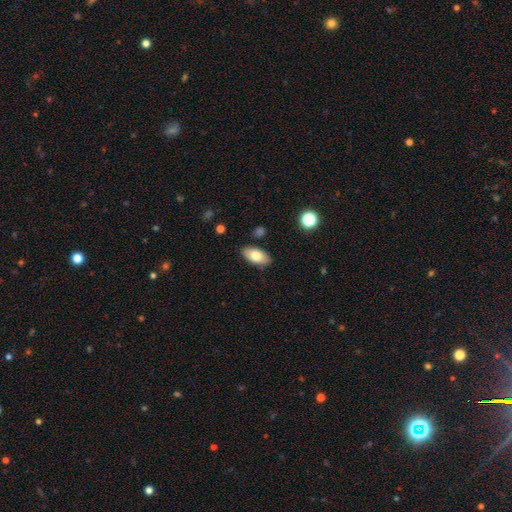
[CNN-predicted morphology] Smooth or featured? Predicted: smooth (p=0.77). How rounded? Predicted: in between (p=0.92). Merging? Predicted: none (p=0.85).